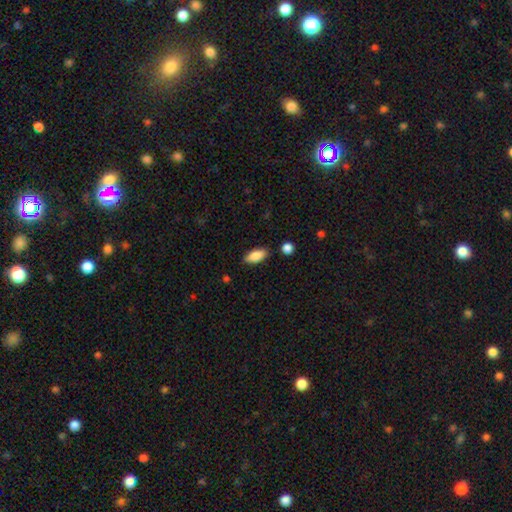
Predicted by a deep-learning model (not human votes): Smooth or featured? Predicted: smooth (p=0.85). How rounded? Predicted: in between (p=0.87). Merging? Predicted: none (p=0.85).